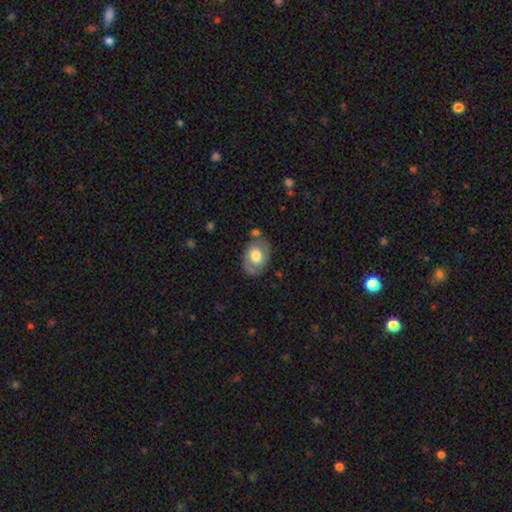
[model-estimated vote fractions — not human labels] Q: Smooth or featured?
A: smooth (50%); runner-up: featured or disk (43%)
Q: How rounded?
A: in between (75%); runner-up: round (24%)
Q: Merging?
A: none (69%); runner-up: minor disturbance (20%)